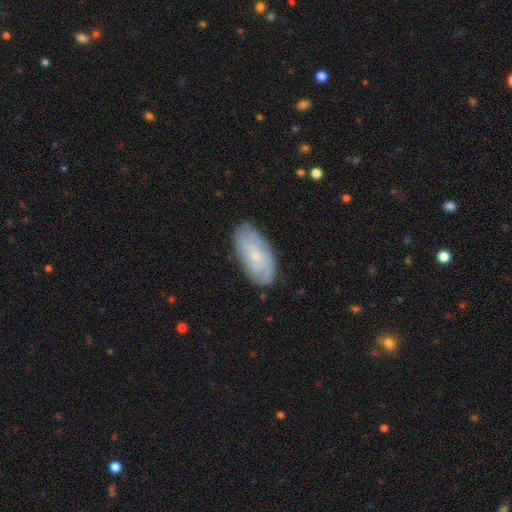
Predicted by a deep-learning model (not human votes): Smooth or featured? featured or disk (57%)
Edge-on disk? no (92%)
Bar? no (72%)
Spiral arms? yes (84%)
Bulge size? small (75%)
Merging? none (79%)